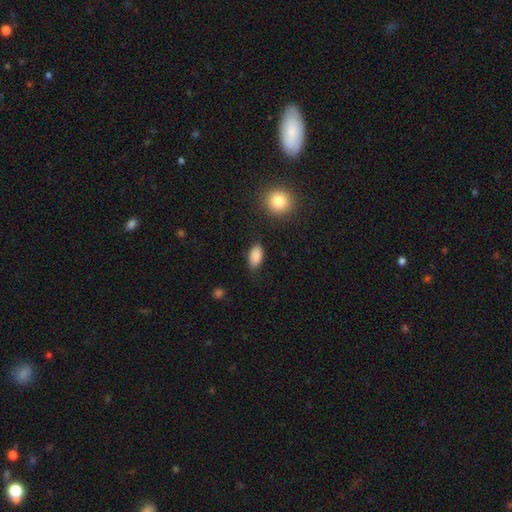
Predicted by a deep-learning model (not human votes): Smooth or featured? smooth (87%)
How rounded? in between (92%)
Merging? none (77%)